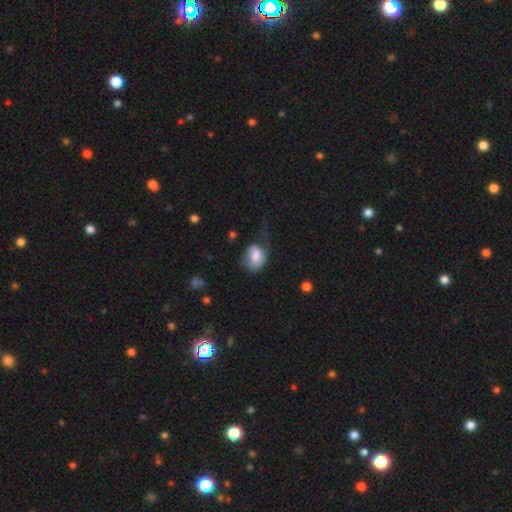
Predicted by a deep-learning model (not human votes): smooth_or_featured: smooth (p=0.73) [alt: featured or disk p=0.20]
how_rounded: in between (p=0.64) [alt: round p=0.35]
merging: major disturbance (p=0.41) [alt: none p=0.28]